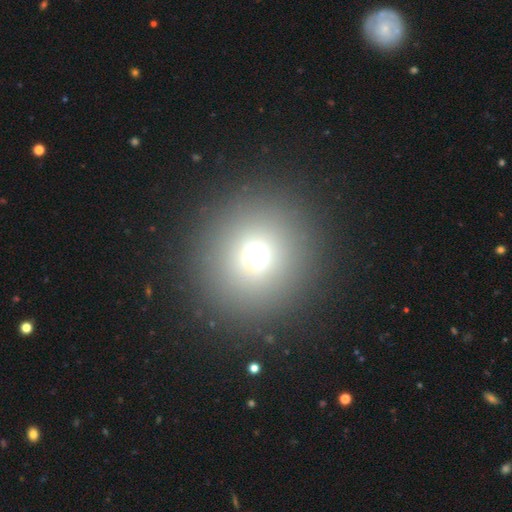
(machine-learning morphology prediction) The model was most divided on "smooth or featured": smooth: 68%, star or artifact: 22%, featured or disk: 11%. More confident: how rounded — round (93%); merging — none (91%).